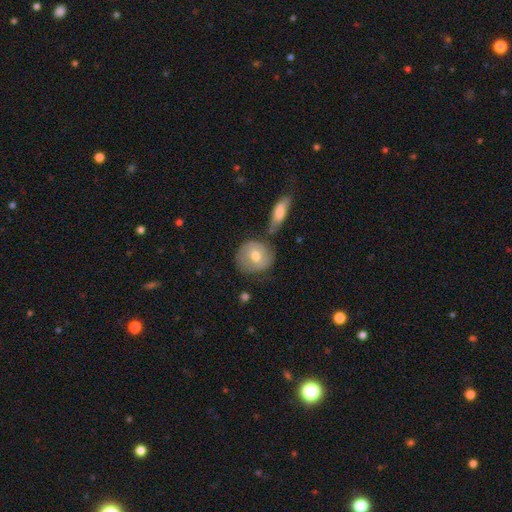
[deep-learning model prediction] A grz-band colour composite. It shows a smooth galaxy with no disk features (52%) that is round (74%). Merging: none (62%).